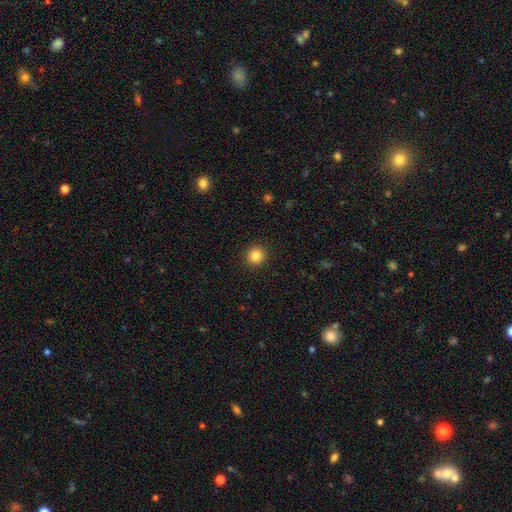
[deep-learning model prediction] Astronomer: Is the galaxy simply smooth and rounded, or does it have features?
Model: smooth — 84%.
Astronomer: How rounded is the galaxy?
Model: round — 93%.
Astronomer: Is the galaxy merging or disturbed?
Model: none — 93%.